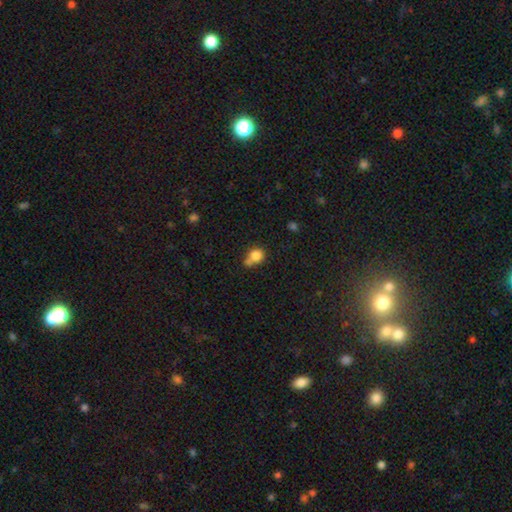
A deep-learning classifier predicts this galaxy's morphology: type=smooth (80%); roundness=round (74%); merging=none (43%).